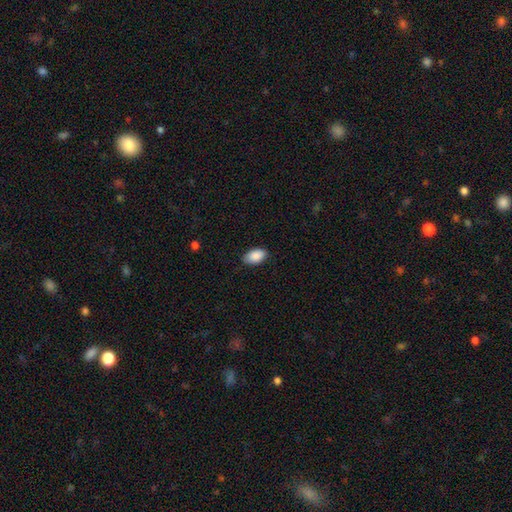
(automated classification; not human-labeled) Smooth or featured?
  - smooth: 90% *
  - star or artifact: 6%
  - featured or disk: 4%
How rounded?
  - in between: 93% *
  - round: 5%
  - cigar-shaped: 1%
Merging?
  - none: 84% *
  - minor disturbance: 13%
  - major disturbance: 2%
  - merger: 1%